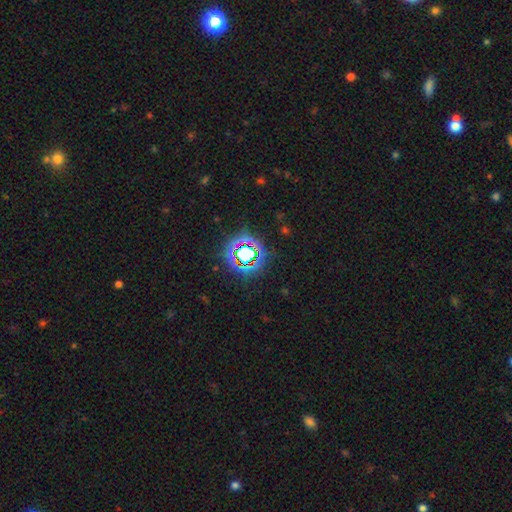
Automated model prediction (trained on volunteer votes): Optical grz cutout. It shows a star or artifact, not a galaxy (76%).